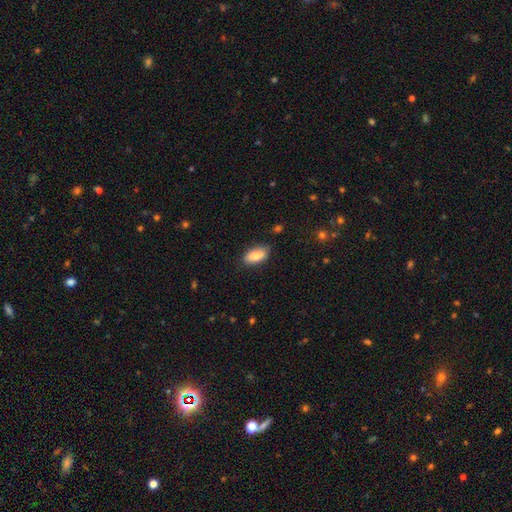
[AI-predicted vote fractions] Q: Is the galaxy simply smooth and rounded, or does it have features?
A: smooth — 82%.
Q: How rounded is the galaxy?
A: in between — 88%.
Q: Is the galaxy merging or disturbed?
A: none — 82%.